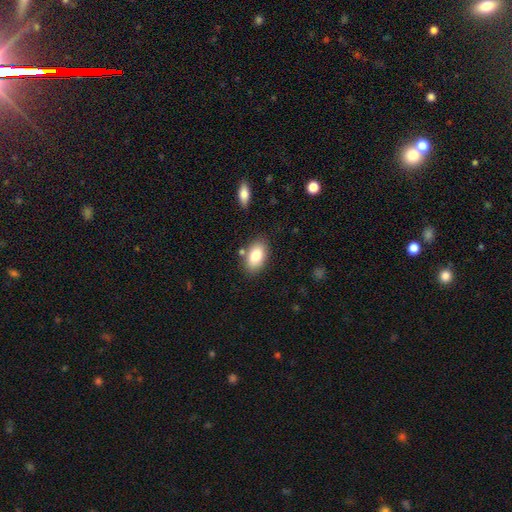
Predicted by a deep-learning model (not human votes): Morphology: type=smooth (83%); roundness=in between (92%); merging=none (80%).